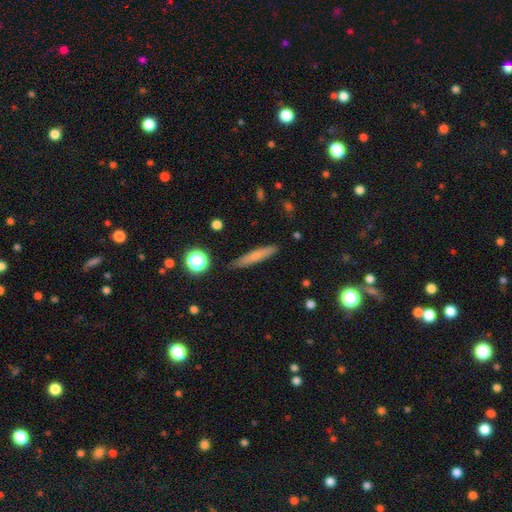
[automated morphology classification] type=smooth (69%); roundness=cigar-shaped (91%); merging=none (87%).